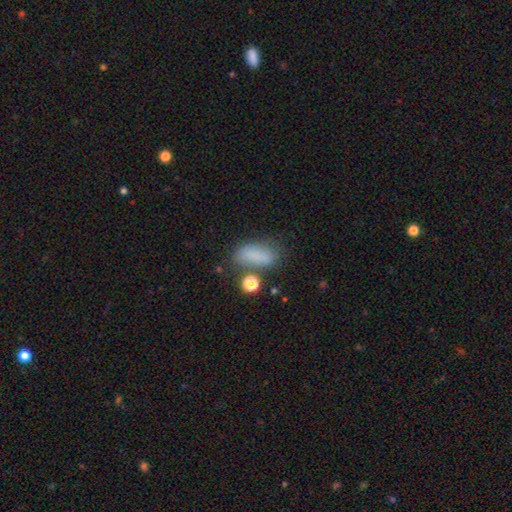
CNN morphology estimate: smooth-or-featured: smooth: 76% | star or artifact: 12% | featured or disk: 12%
  how-rounded: in between: 77% | cigar-shaped: 14% | round: 9%
  merging: none: 54% | minor disturbance: 22% | merger: 13% | major disturbance: 11%